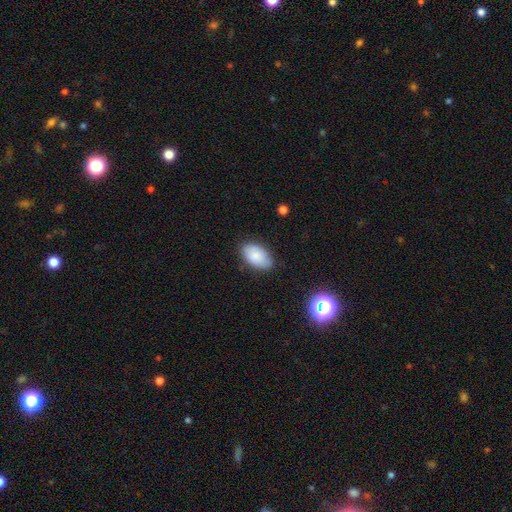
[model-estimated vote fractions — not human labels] This is clearly a smooth galaxy (81%). How rounded: clearly in between (94%). Merging: likely none (80%).